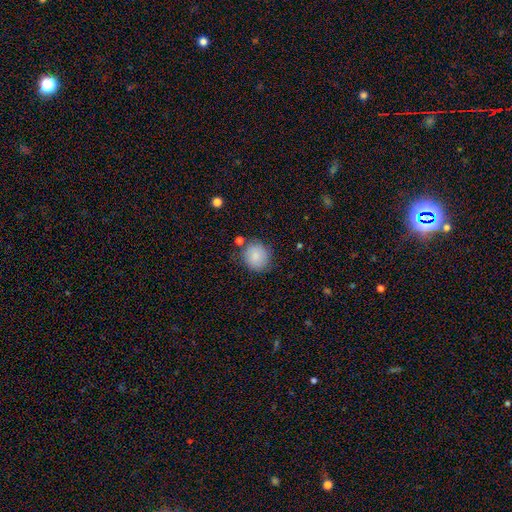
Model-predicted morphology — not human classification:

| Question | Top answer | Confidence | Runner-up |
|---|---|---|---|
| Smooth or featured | smooth | 83% | featured or disk (9%) |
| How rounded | round | 81% | in between (18%) |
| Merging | none | 77% | minor disturbance (15%) |